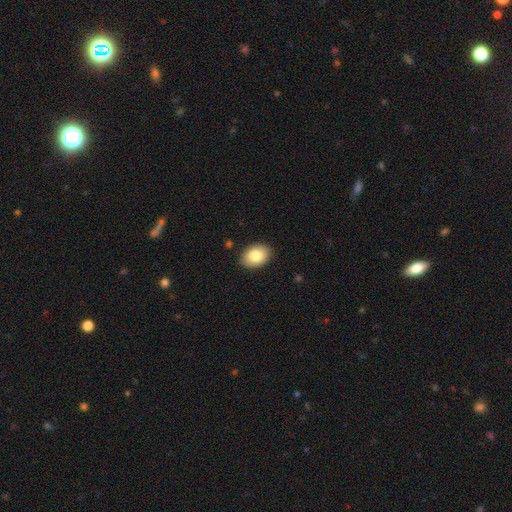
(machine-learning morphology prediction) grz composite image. It shows a smooth galaxy with no disk features (83%) that is in between round and cigar-shaped (78%). Merging: none (88%).